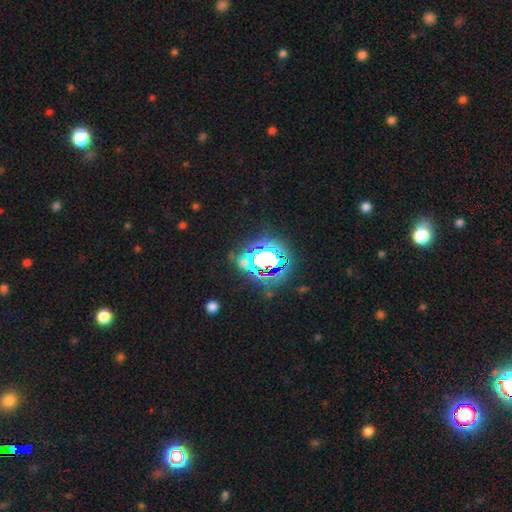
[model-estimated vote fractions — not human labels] Smooth or featured?
  - star or artifact: 82% *
  - smooth: 11%
  - featured or disk: 7%